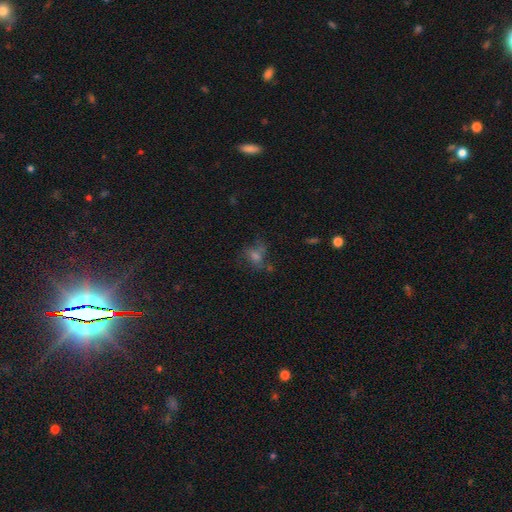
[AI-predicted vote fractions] Smooth or featured? Predicted: smooth (p=0.40). Merging? Predicted: none (p=0.49).